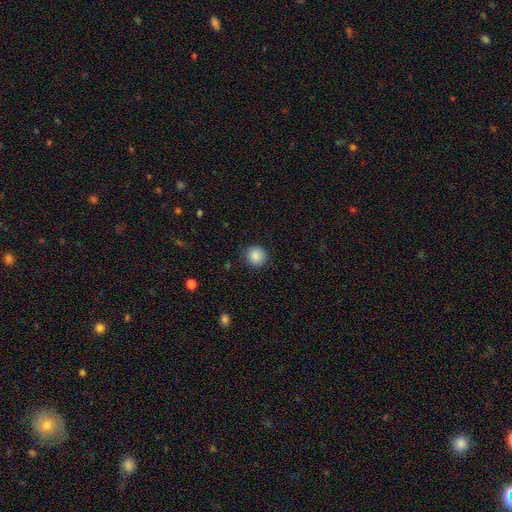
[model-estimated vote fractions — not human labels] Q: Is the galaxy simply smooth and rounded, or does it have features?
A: smooth — 88%.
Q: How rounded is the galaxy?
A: round — 93%.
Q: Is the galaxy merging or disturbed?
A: none — 88%.